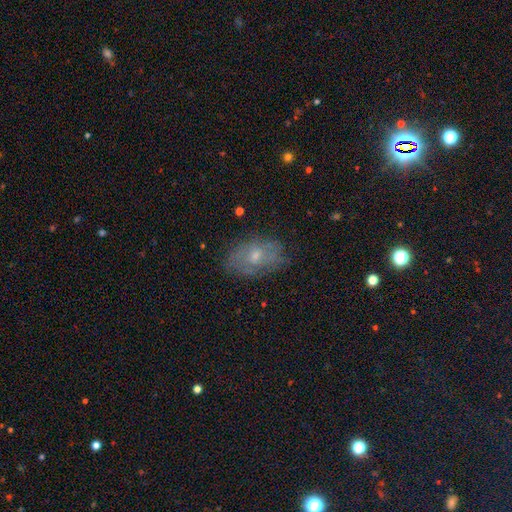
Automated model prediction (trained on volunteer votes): Morphology: type=featured or disk (45%, tied with smooth); merging=none (69%).